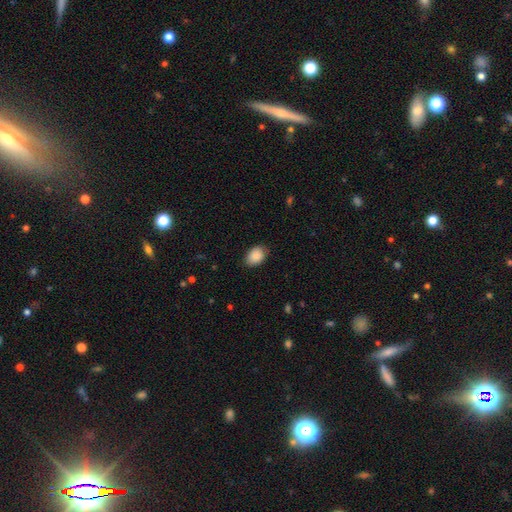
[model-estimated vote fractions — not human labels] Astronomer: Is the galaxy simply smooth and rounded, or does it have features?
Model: smooth — 88%.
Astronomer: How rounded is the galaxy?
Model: in between — 78%.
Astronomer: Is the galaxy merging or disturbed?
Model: none — 81%.